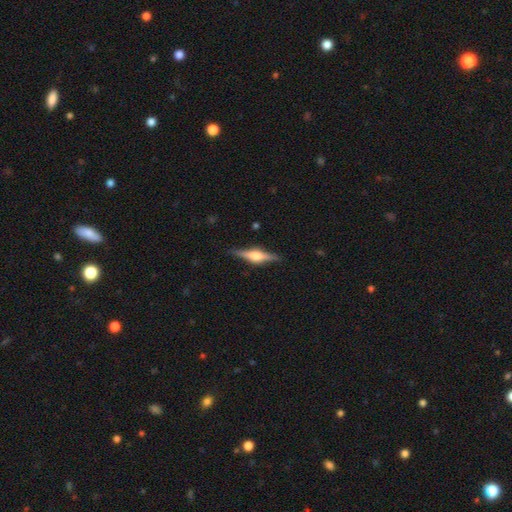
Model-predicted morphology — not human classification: Smooth or featured? Predicted: featured or disk (p=0.74). Edge-on disk? Predicted: yes (p=0.97). Edge-on bulge? Predicted: rounded (p=0.86). Merging? Predicted: none (p=0.88).